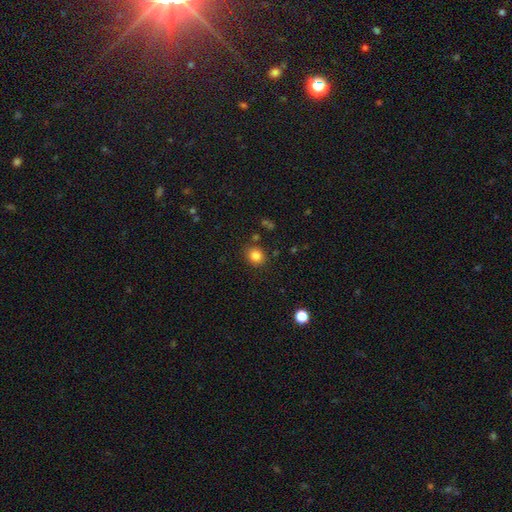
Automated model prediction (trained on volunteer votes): Smooth or featured?
  - smooth: 83% *
  - star or artifact: 12%
  - featured or disk: 5%
How rounded?
  - round: 79% *
  - in between: 21%
  - cigar-shaped: 1%
Merging?
  - none: 86% *
  - minor disturbance: 9%
  - merger: 3%
  - major disturbance: 3%